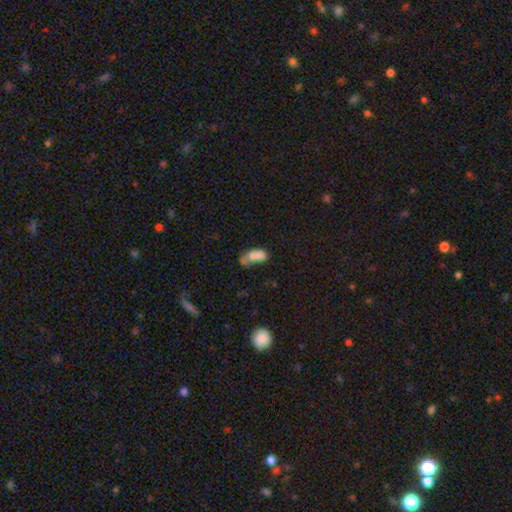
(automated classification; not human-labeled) The model was most divided on "merging": merger: 34%, none: 30%, minor disturbance: 23%, major disturbance: 14%. More confident: how rounded — in between (87%); smooth or featured — smooth (73%).